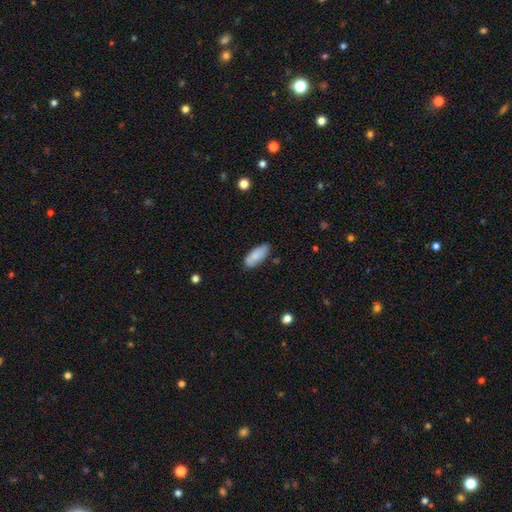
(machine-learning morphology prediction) This appears to be a smooth galaxy with no disk features (82%) that is in between round and cigar-shaped (83%). Merging: none (75%).